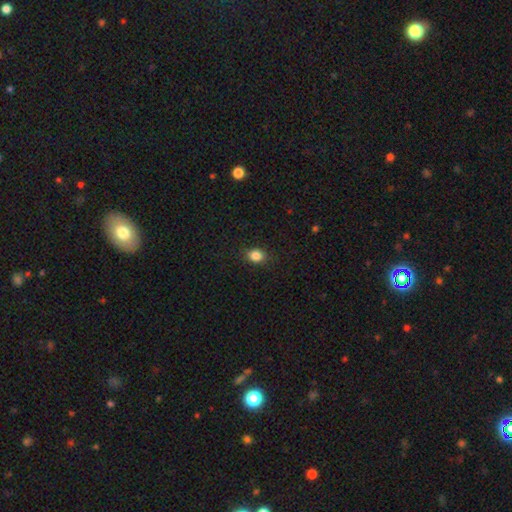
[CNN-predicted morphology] Overall: smooth (85%). How rounded: round (52%; in between 46%). Merging: none (87%).